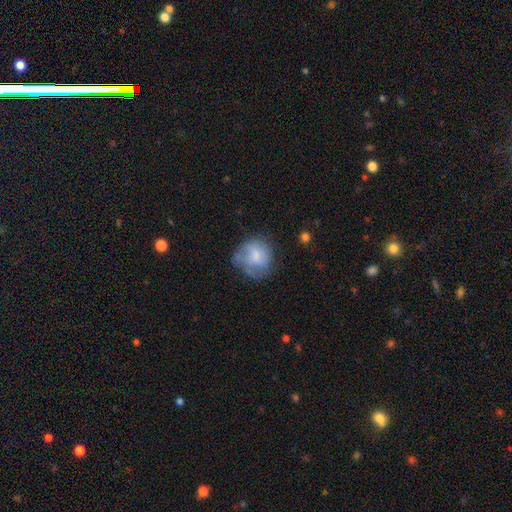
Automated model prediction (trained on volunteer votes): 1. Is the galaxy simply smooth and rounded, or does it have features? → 63% smooth, 29% featured or disk, 8% star or artifact.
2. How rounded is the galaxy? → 79% round, 20% in between, 1% cigar-shaped.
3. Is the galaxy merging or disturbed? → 51% none, 28% minor disturbance, 18% major disturbance, 3% merger.